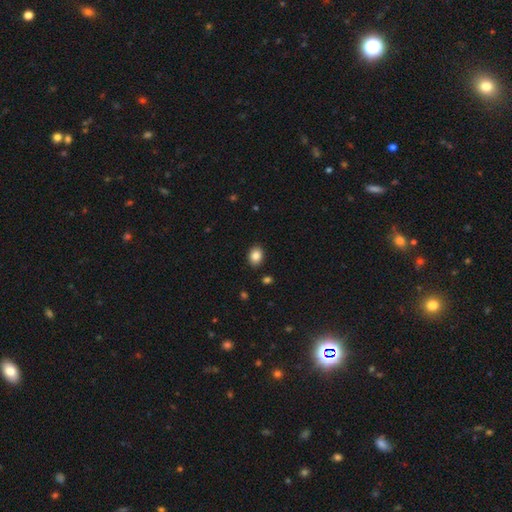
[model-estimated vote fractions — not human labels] smooth_or_featured: smooth (p=0.86) [alt: star or artifact p=0.09]
how_rounded: in between (p=0.60) [alt: round p=0.40]
merging: none (p=0.88) [alt: minor disturbance p=0.08]